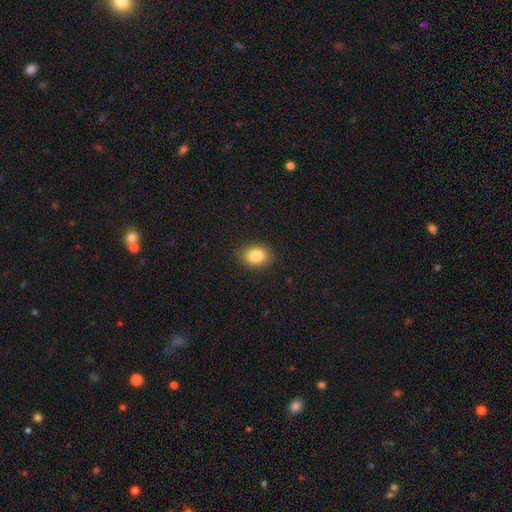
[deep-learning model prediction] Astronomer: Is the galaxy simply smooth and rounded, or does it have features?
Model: smooth — 84%.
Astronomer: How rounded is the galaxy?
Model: in between — 59% (runner-up: round, 40%).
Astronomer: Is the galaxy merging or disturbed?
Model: none — 88%.